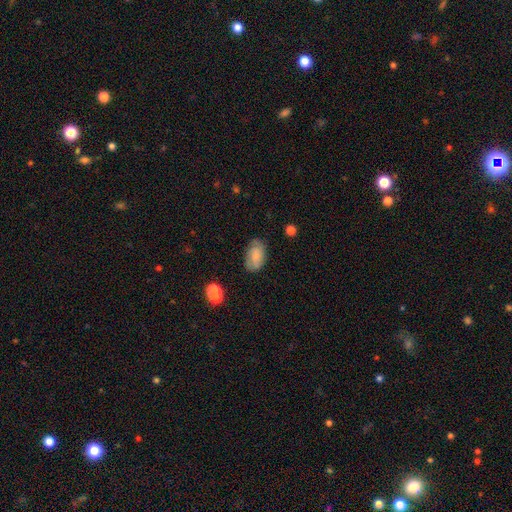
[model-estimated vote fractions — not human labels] Smooth or featured? smooth (70%)
How rounded? in between (92%)
Merging? none (74%)